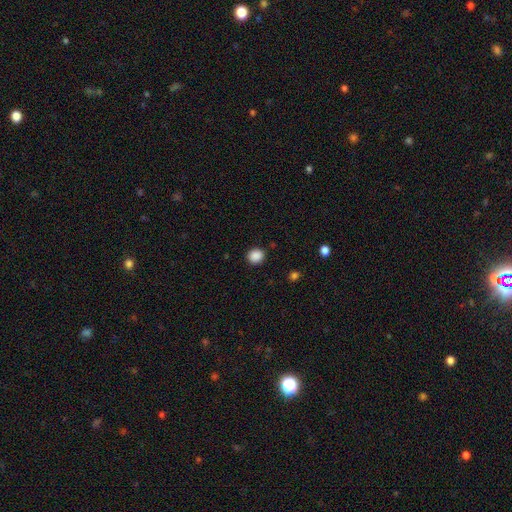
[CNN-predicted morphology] Smooth or featured? Predicted: smooth (p=0.88). How rounded? Predicted: round (p=0.82). Merging? Predicted: none (p=0.90).